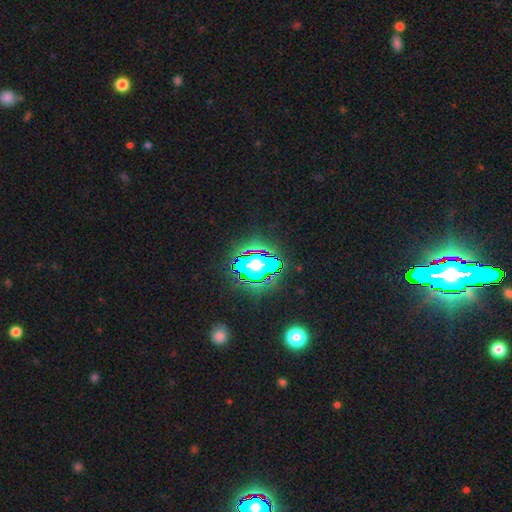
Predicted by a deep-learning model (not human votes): Q: Smooth or featured?
A: star or artifact (84%); runner-up: smooth (10%)